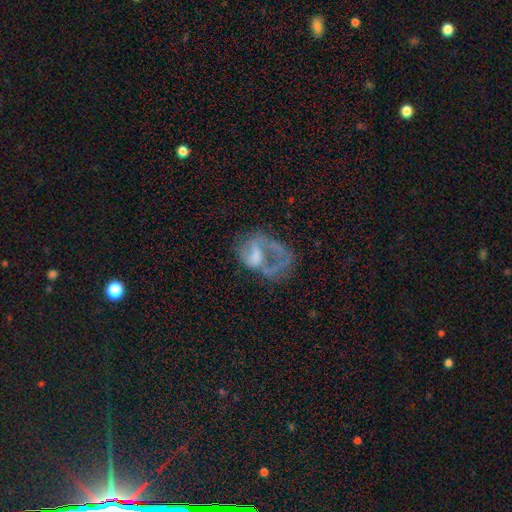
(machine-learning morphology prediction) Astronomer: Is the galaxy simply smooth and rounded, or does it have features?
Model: featured or disk — 61%.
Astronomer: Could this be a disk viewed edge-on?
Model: no — 96%.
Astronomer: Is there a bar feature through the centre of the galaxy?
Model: no — 65%.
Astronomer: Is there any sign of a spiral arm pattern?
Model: no — 60% (runner-up: yes, 40%).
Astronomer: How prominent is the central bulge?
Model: none — 36% (runner-up: moderate, 30%).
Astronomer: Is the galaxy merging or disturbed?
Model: major disturbance — 46% (runner-up: none, 31%).